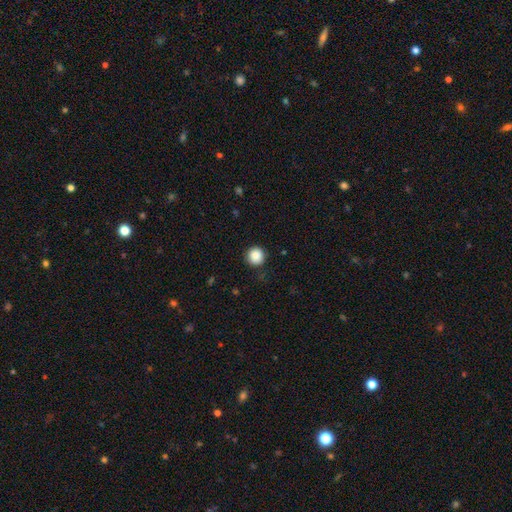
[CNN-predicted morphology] A smooth galaxy with no disk features (88%) that is round (95%). Merging: none (88%).